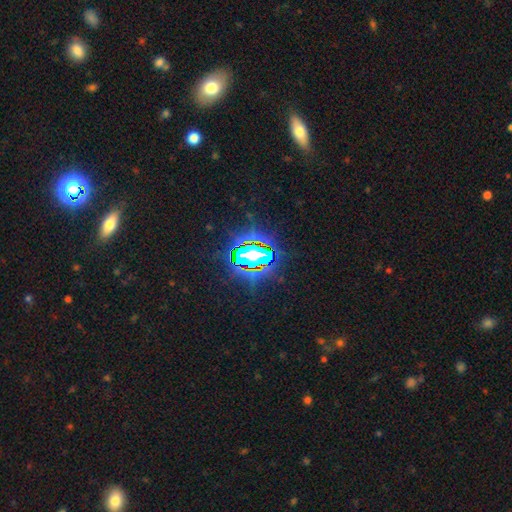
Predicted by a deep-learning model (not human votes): This is likely a star or artifact rather than a galaxy (78%).